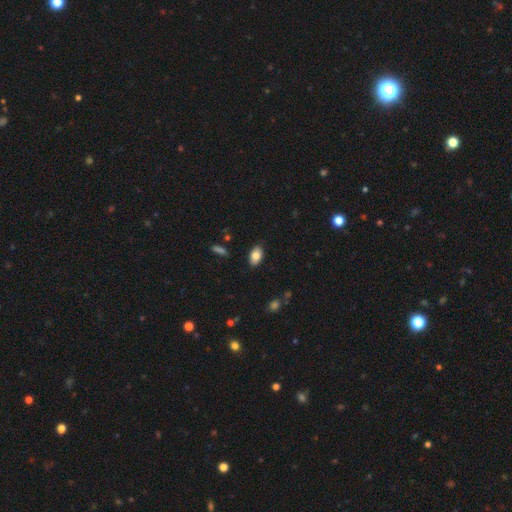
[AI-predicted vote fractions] A smooth galaxy with no disk features (81%) that is in between round and cigar-shaped (92%).

Vote fractions:
- Smooth or featured? smooth: 81% / featured or disk: 12% / star or artifact: 7%
- How rounded? in between: 92% / round: 6% / cigar-shaped: 2%
- Merging? none: 87% / minor disturbance: 10% / major disturbance: 2% / merger: 1%